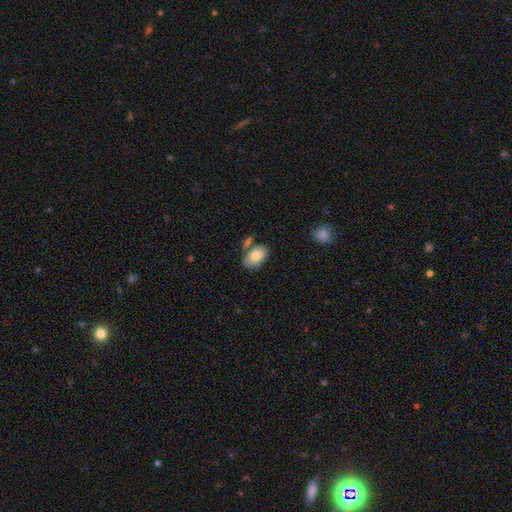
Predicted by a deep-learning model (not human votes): Morphology: type=smooth (78%); roundness=in between (90%); merging=none (68%).